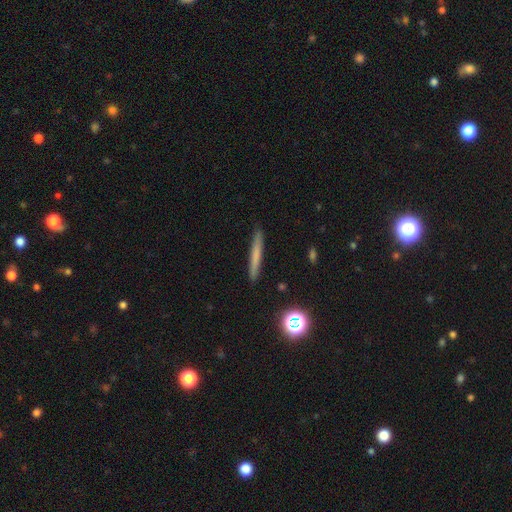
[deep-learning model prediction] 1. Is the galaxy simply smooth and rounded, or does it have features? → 63% smooth, 27% featured or disk, 10% star or artifact.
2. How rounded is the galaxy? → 95% cigar-shaped, 3% in between, 2% round.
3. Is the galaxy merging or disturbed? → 91% none, 6% minor disturbance, 2% major disturbance, 1% merger.